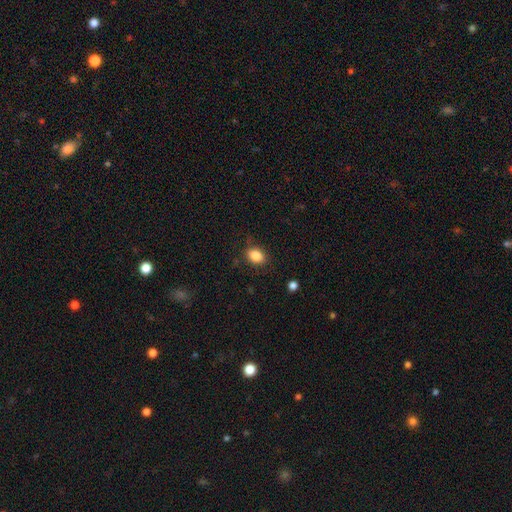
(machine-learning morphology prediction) A smooth galaxy with no disk features (85%) that is in between round and cigar-shaped (69%). Merging: none (80%).